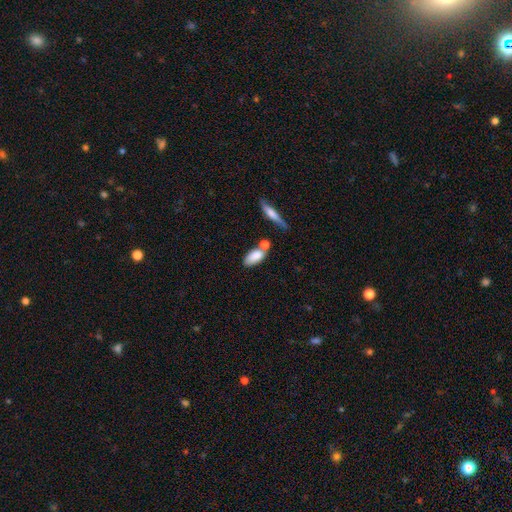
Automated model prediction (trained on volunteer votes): This appears to be a smooth galaxy with no disk features (82%) that is in between round and cigar-shaped (86%). Merging: none (50%).